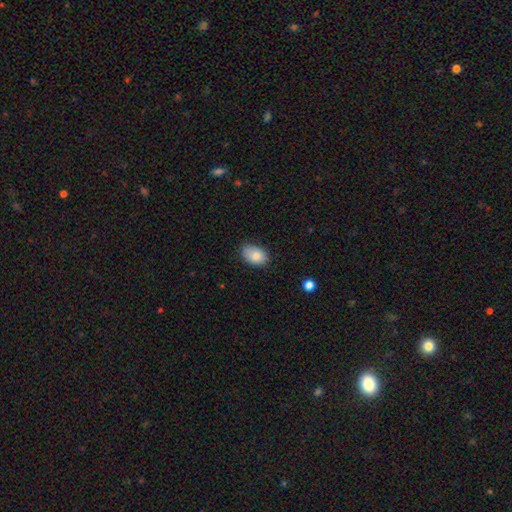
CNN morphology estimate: The model was most divided on "merging": none: 73%, minor disturbance: 22%, major disturbance: 4%, merger: 1%. More confident: how rounded — in between (88%); smooth or featured — smooth (83%).